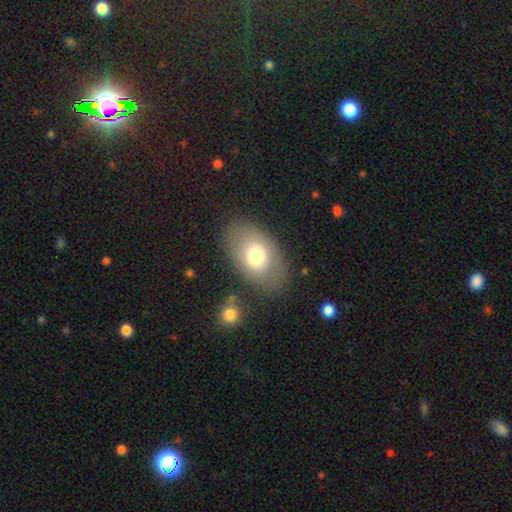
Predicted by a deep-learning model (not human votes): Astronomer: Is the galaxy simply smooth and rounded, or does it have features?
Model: smooth — 68%.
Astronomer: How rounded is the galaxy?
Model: in between — 86%.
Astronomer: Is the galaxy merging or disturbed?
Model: none — 76%.